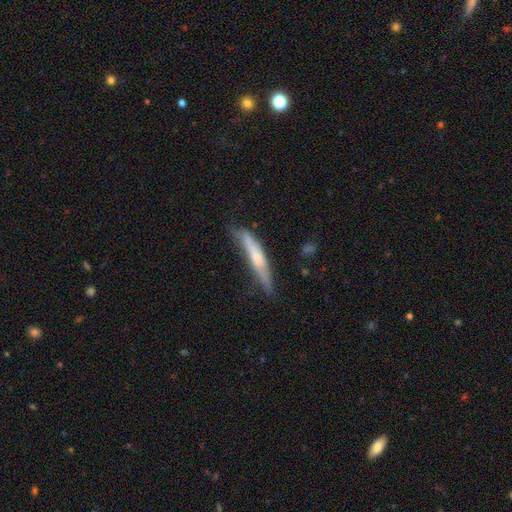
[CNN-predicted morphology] smooth_or_featured: smooth (p=0.50) [alt: featured or disk p=0.42]
how_rounded: cigar-shaped (p=0.92) [alt: in between p=0.07]
merging: none (p=0.53) [alt: minor disturbance p=0.31]